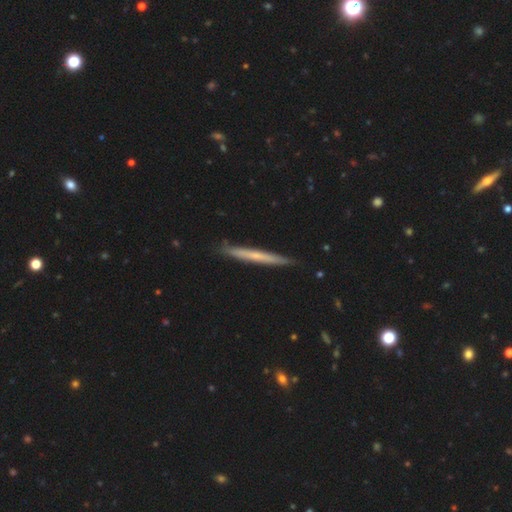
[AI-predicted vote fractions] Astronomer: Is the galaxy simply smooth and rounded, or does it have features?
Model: smooth — 49% (runner-up: featured or disk, 46%).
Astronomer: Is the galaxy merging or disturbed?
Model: none — 88%.